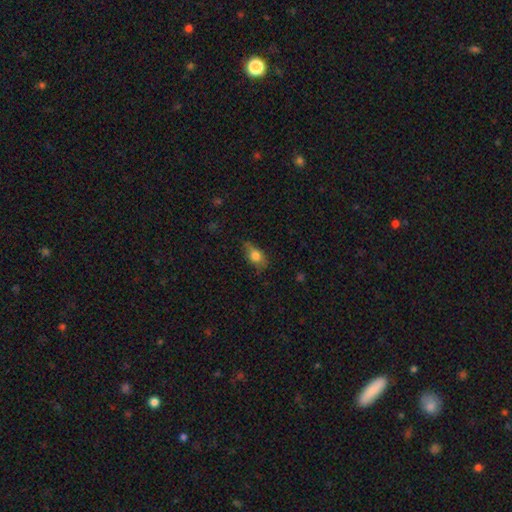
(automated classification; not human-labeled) Smooth or featured: smooth — 75% (featured or disk — 15%)
How rounded: in between — 72% (round — 21%)
Merging: none — 53% (minor disturbance — 34%)